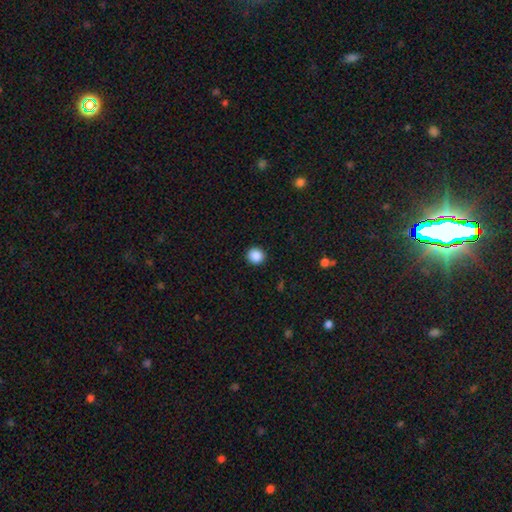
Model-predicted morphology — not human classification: Q: Smooth or featured?
A: smooth (88%); runner-up: star or artifact (9%)
Q: How rounded?
A: round (88%); runner-up: in between (11%)
Q: Merging?
A: none (92%); runner-up: minor disturbance (5%)